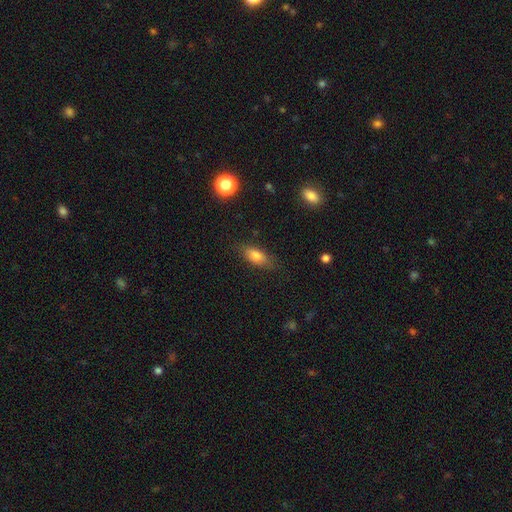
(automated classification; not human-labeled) Overall: smooth (77%). How rounded: in between (77%). Merging: none (79%).